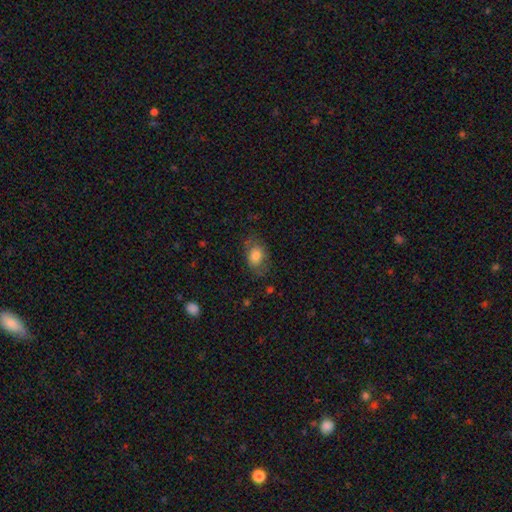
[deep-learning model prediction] Overall: smooth (76%). How rounded: in between (75%). Merging: none (65%).